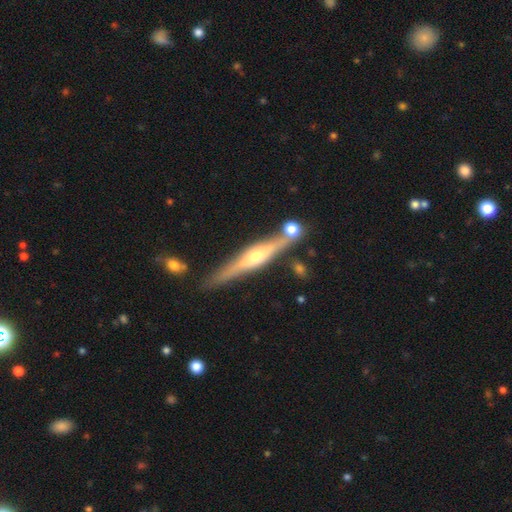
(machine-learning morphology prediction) This is likely a featured or disk galaxy (75%). It is clearly viewed edge-on (96%). Edge-on bulge: clearly rounded (85%). Merging: likely none (79%).